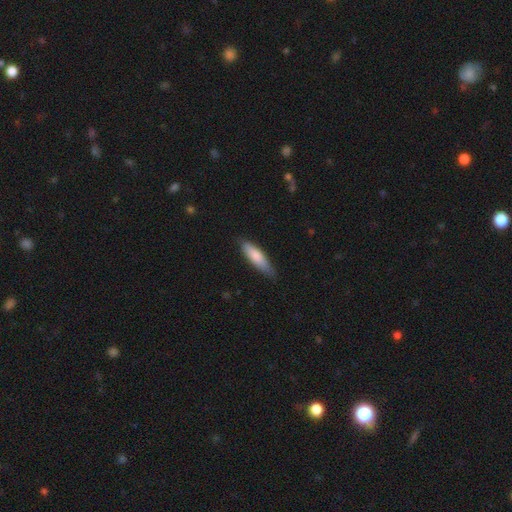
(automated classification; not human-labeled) Smooth or featured: smooth — 79% (featured or disk — 15%)
How rounded: cigar-shaped — 61% (in between — 38%)
Merging: none — 77% (minor disturbance — 19%)